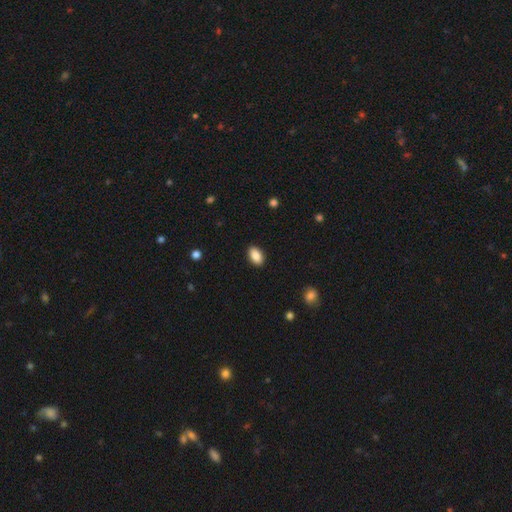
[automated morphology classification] This is clearly a smooth galaxy (89%). How rounded: clearly in between (93%). Merging: clearly none (90%).